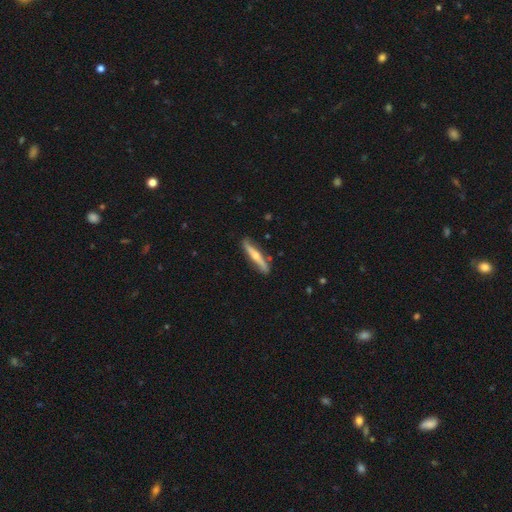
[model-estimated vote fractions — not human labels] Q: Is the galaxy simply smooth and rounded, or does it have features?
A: featured or disk — 60%.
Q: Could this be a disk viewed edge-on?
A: yes — 89%.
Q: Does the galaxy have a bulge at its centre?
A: rounded — 88%.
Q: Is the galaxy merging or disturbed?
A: none — 84%.